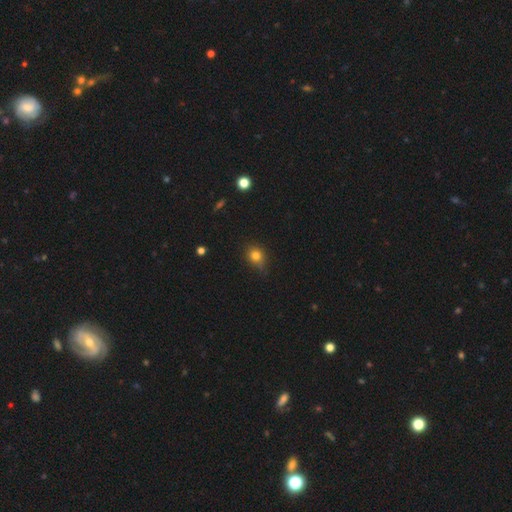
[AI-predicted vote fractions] smooth_or_featured: smooth (p=0.79) [alt: star or artifact p=0.13]
how_rounded: round (p=0.64) [alt: in between p=0.35]
merging: none (p=0.69) [alt: minor disturbance p=0.25]